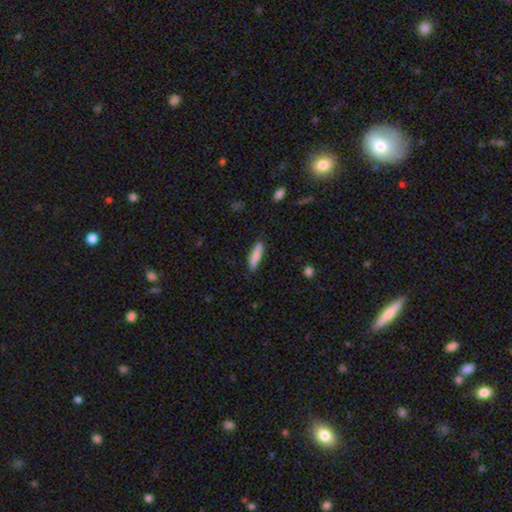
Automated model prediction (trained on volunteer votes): Smooth or featured?
  - smooth: 83% *
  - featured or disk: 11%
  - star or artifact: 6%
How rounded?
  - cigar-shaped: 79% *
  - in between: 19%
  - round: 1%
Merging?
  - none: 86% *
  - minor disturbance: 11%
  - major disturbance: 2%
  - merger: 1%